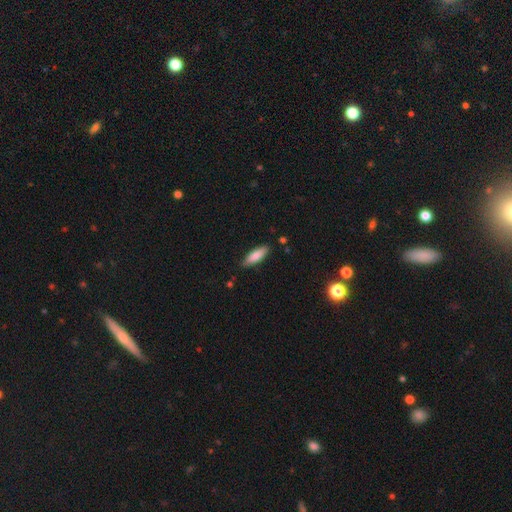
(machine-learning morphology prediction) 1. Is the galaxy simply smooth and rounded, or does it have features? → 80% smooth, 14% featured or disk, 6% star or artifact.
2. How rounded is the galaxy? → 50% cigar-shaped, 48% in between, 2% round.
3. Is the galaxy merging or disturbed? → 83% none, 13% minor disturbance, 2% major disturbance, 2% merger.